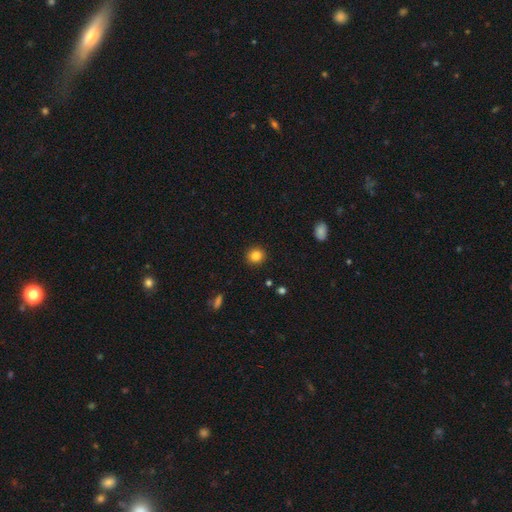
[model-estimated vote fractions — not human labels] Smooth or featured? Predicted: smooth (p=0.85). How rounded? Predicted: round (p=0.90). Merging? Predicted: none (p=0.91).